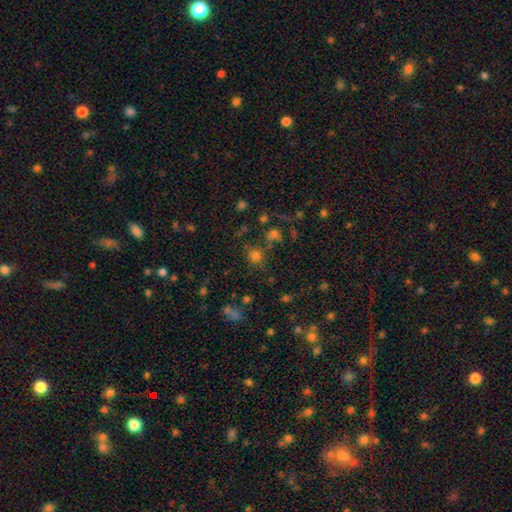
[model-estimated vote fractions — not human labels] A smooth galaxy with no disk features (69%) that is round (89%).

Vote fractions:
- Smooth or featured? smooth: 69% / star or artifact: 24% / featured or disk: 7%
- How rounded? round: 89% / in between: 10% / cigar-shaped: 1%
- Merging? none: 74% / merger: 11% / minor disturbance: 10% / major disturbance: 5%